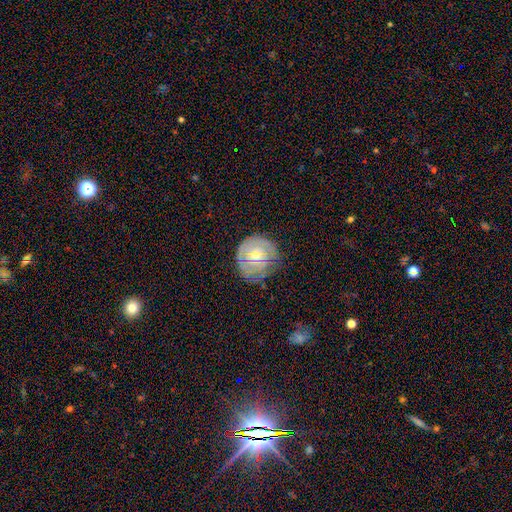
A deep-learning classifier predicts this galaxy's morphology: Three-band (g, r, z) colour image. It shows a smooth galaxy with no disk features (50%). Merging: none (84%).